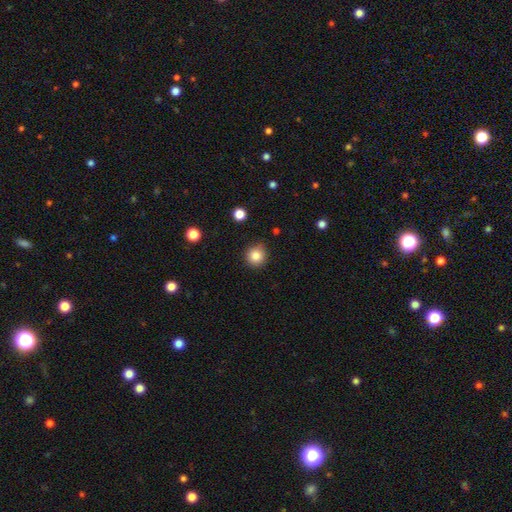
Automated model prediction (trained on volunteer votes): Morphology: type=smooth (85%); roundness=round (91%); merging=none (87%).